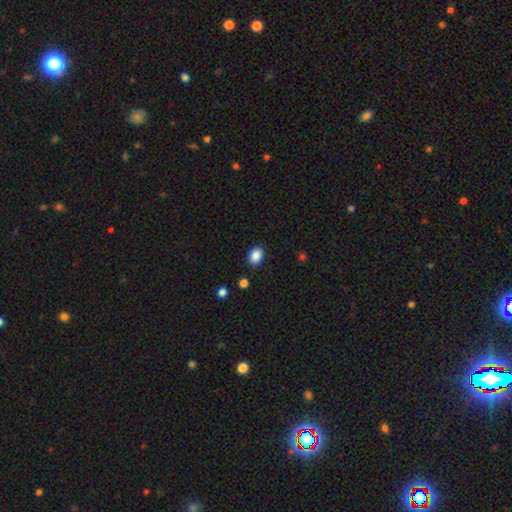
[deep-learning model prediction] A smooth galaxy with no disk features (88%) that is in between round and cigar-shaped (69%). Merging: none (87%).